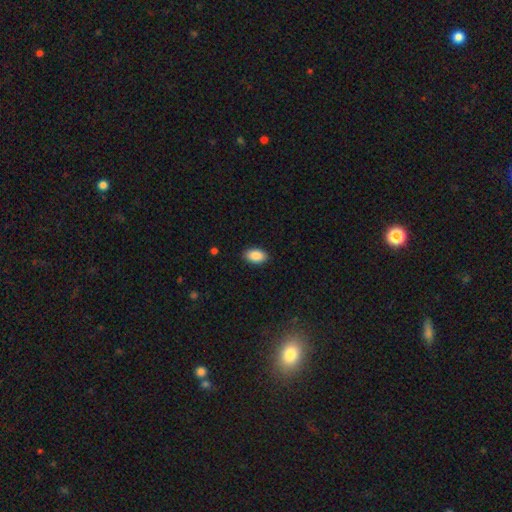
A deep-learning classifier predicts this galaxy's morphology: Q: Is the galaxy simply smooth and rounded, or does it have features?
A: smooth — 89%.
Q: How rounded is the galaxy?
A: in between — 92%.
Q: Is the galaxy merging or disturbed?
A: none — 89%.